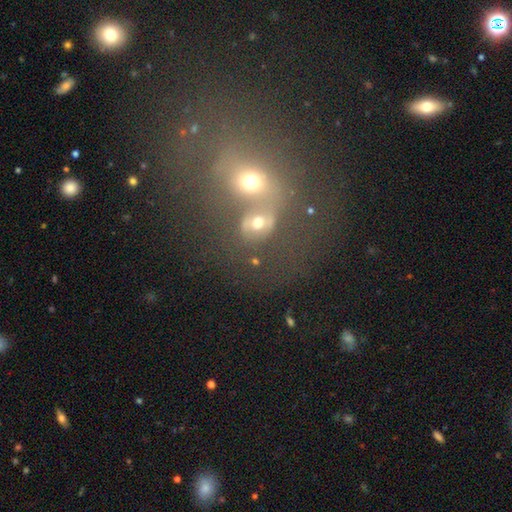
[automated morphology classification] Smooth or featured?
  - smooth: 45% *
  - star or artifact: 28%
  - featured or disk: 28%
Merging?
  - merger: 62% *
  - none: 22%
  - major disturbance: 8%
  - minor disturbance: 7%